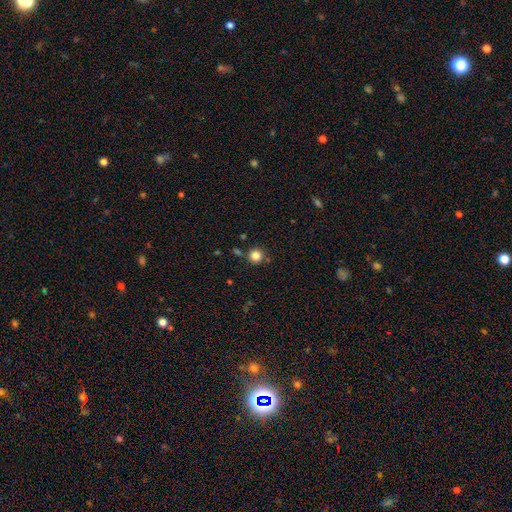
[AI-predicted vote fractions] smooth-or-featured: smooth: 83% | star or artifact: 12% | featured or disk: 5%
  how-rounded: round: 94% | in between: 5% | cigar-shaped: 1%
  merging: none: 84% | minor disturbance: 8% | merger: 6% | major disturbance: 3%